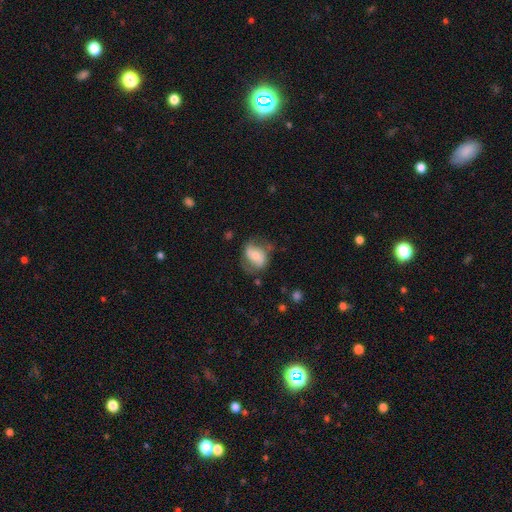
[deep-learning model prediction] Smooth or featured: smooth — 52% (featured or disk — 40%)
How rounded: in between — 73% (round — 26%)
Merging: none — 54% (minor disturbance — 27%)